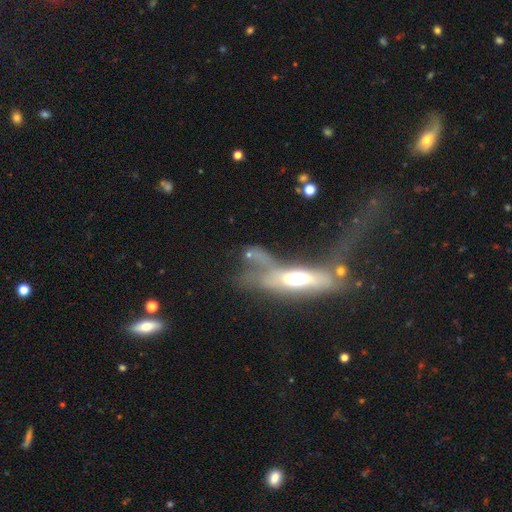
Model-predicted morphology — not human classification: Overall: featured or disk (51%; smooth 37%). Edge-on disk: no (64%; yes 36%). Merging: major disturbance (43%; merger 23%).